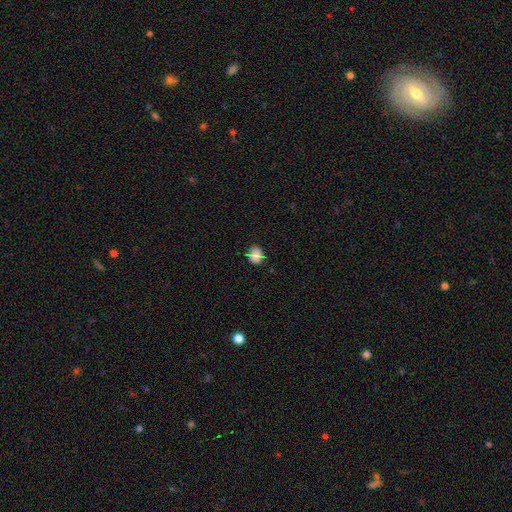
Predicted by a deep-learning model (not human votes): smooth-or-featured: smooth: 81% | star or artifact: 10% | featured or disk: 9%
  how-rounded: round: 65% | in between: 34% | cigar-shaped: 1%
  merging: none: 69% | minor disturbance: 25% | major disturbance: 4% | merger: 2%